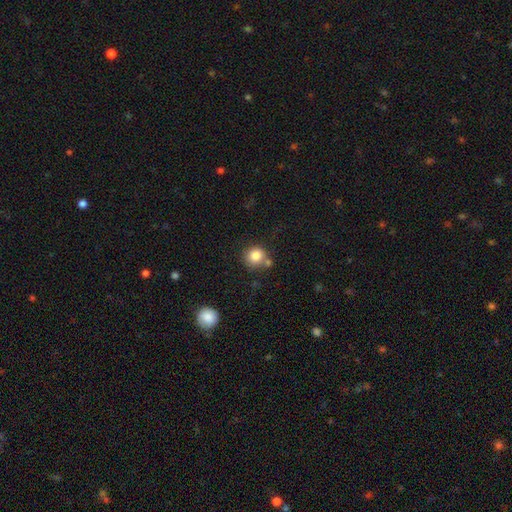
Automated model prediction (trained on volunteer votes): smooth-or-featured: smooth: 83% | star or artifact: 10% | featured or disk: 7%
  how-rounded: round: 88% | in between: 11% | cigar-shaped: 1%
  merging: none: 63% | merger: 18% | minor disturbance: 14% | major disturbance: 5%